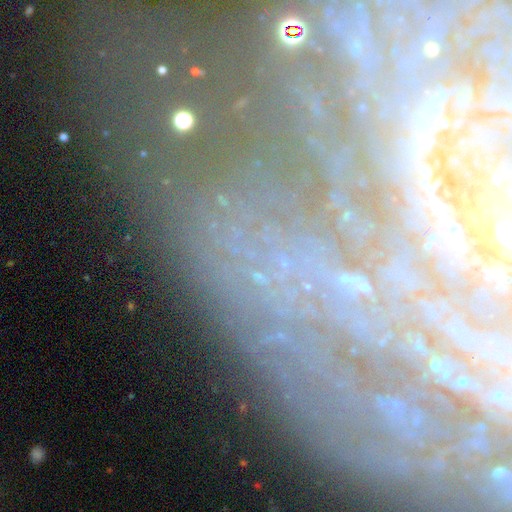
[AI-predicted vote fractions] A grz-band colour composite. It shows a featured or disk galaxy (52%). Merging: none (66%).